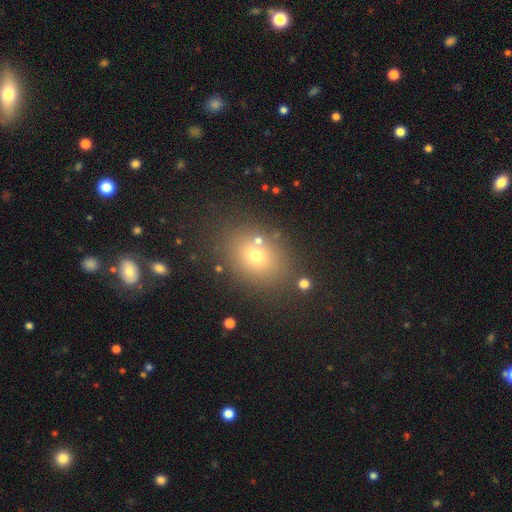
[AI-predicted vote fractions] A smooth galaxy with no disk features (70%) that is in between round and cigar-shaped (57%).

Vote fractions:
- Smooth or featured? smooth: 70% / star or artifact: 17% / featured or disk: 13%
- How rounded? in between: 57% / round: 41% / cigar-shaped: 1%
- Merging? none: 79% / minor disturbance: 10% / merger: 7% / major disturbance: 4%